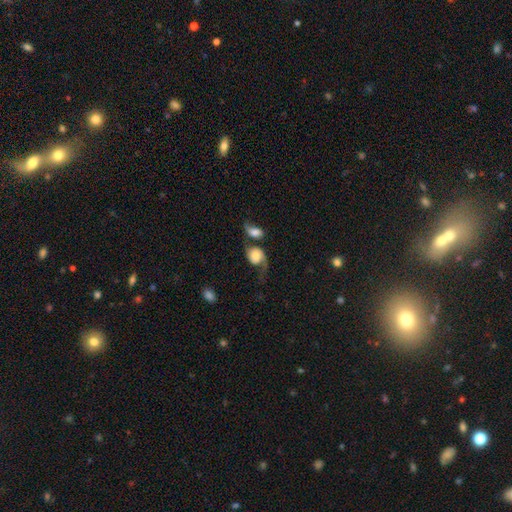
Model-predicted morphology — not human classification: type=featured or disk (49%); merging=merger (41%).